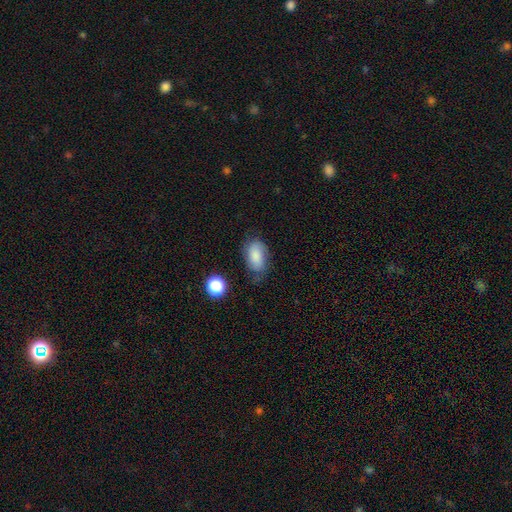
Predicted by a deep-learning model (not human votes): Morphology: type=smooth (77%); roundness=in between (90%); merging=none (60%).